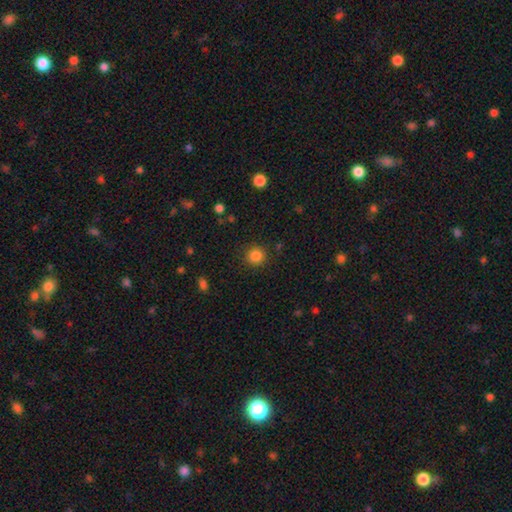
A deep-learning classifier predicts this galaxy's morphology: The model was most divided on "smooth or featured": smooth: 84%, star or artifact: 12%, featured or disk: 4%. More confident: how rounded — round (92%); merging — none (88%).